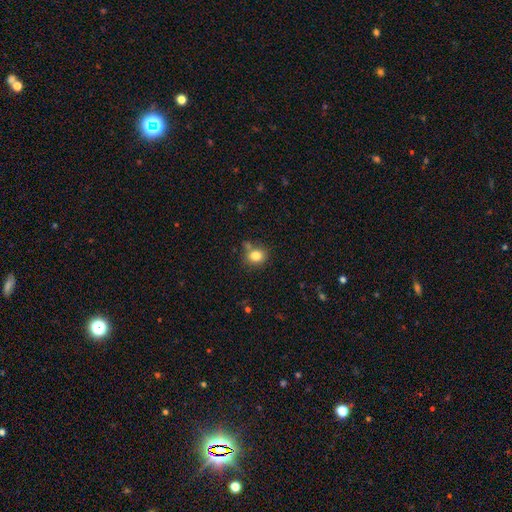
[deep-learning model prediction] A smooth galaxy with no disk features (82%) that is round (69%). Merging: none (69%).